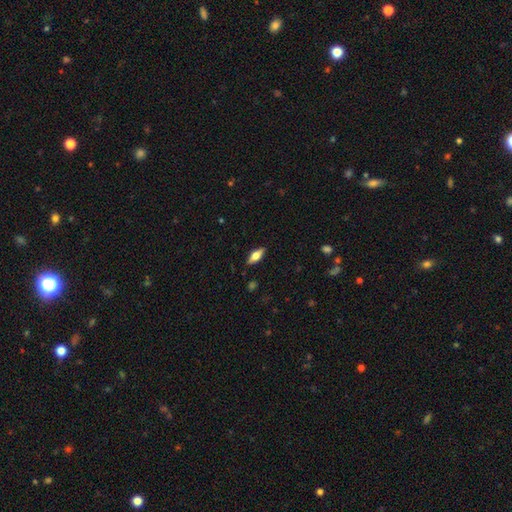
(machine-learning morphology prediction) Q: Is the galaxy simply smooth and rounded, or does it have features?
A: smooth — 49%.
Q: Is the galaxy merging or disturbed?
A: none — 87%.